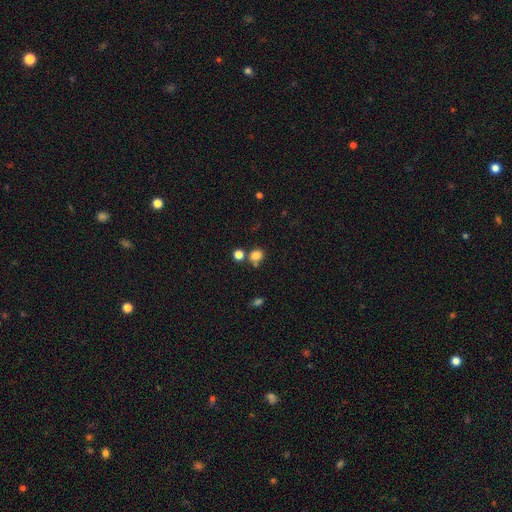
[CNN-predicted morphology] Q: Smooth or featured?
A: smooth (81%); runner-up: star or artifact (14%)
Q: How rounded?
A: round (71%); runner-up: in between (28%)
Q: Merging?
A: none (65%); runner-up: merger (19%)